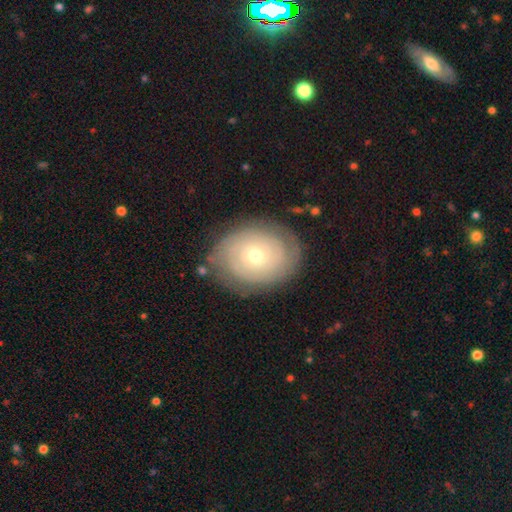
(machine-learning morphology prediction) smooth_or_featured: featured or disk (p=0.77) [alt: smooth p=0.17]
disk_edge_on: no (p=0.97) [alt: yes p=0.03]
bar: no (p=0.72) [alt: weak p=0.23]
has_spiral_arms: yes (p=0.89) [alt: no p=0.11]
spiral_winding: tight (p=0.85) [alt: medium p=0.12]
spiral_arm_count: can't tell (p=0.44) [alt: 2 p=0.24]
bulge_size: small (p=0.53) [alt: moderate p=0.44]
merging: none (p=0.80) [alt: minor disturbance p=0.14]